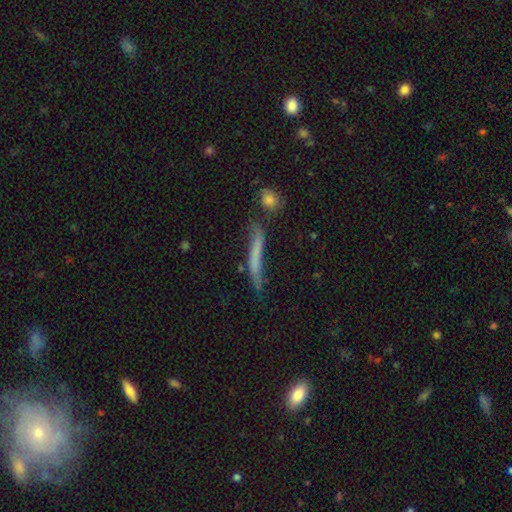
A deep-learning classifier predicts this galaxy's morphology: Smooth or featured: smooth — 52% (featured or disk — 39%)
How rounded: cigar-shaped — 93% (in between — 5%)
Merging: none — 57% (minor disturbance — 25%)